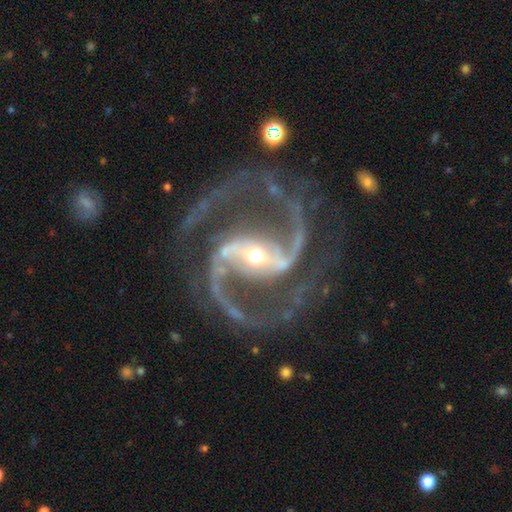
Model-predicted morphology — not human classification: Smooth or featured? featured or disk (94%)
Edge-on disk? no (98%)
Bar? strong (58%)
Spiral arms? yes (99%)
Spiral winding? medium (71%)
Spiral arm count? 2 (91%)
Bulge size? small (58%)
Merging? none (76%)